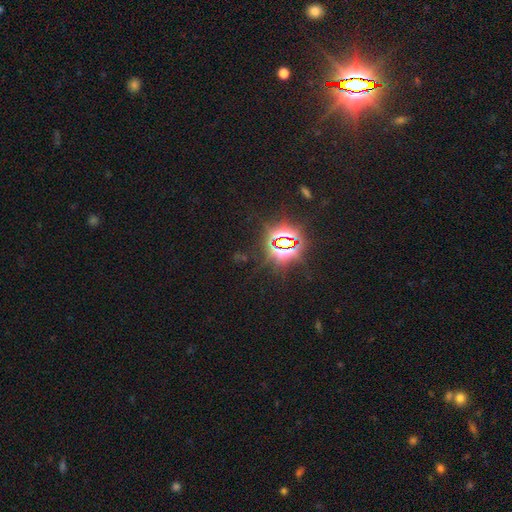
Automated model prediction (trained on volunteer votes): smooth_or_featured: star or artifact (p=0.84) [alt: smooth p=0.10]